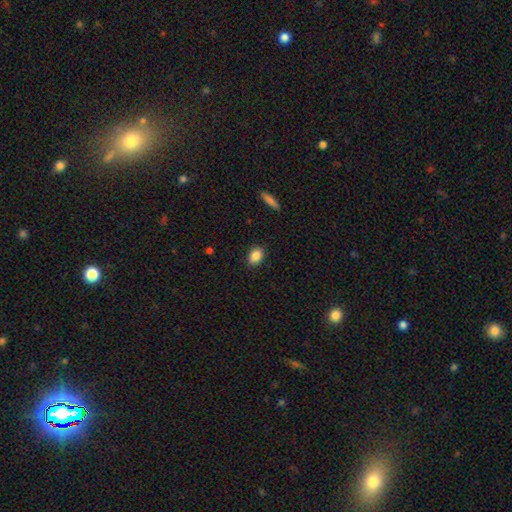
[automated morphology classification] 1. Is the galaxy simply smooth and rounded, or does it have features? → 88% smooth, 8% star or artifact, 4% featured or disk.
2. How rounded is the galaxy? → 73% in between, 25% round, 1% cigar-shaped.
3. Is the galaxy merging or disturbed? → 87% none, 10% minor disturbance, 2% major disturbance, 1% merger.